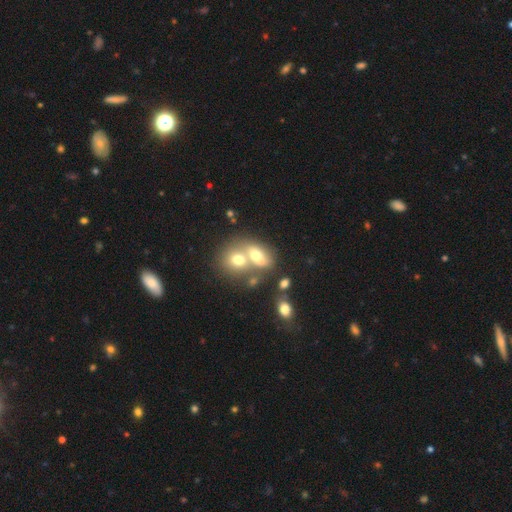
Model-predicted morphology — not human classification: Smooth or featured? smooth (54%)
How rounded? in between (56%)
Merging? merger (70%)